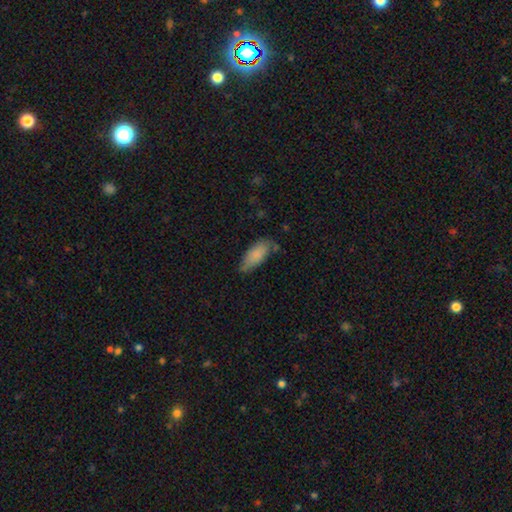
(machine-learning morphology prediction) A smooth galaxy with no disk features (84%) that is in between round and cigar-shaped (81%). Merging: none (59%).